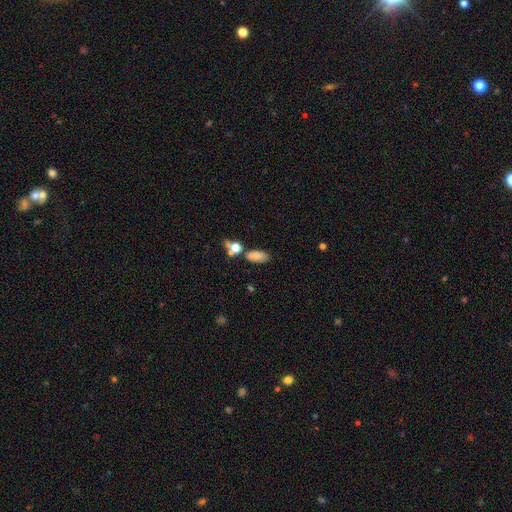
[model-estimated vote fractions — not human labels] A smooth galaxy with no disk features (79%) that is in between round and cigar-shaped (85%). Merging: none (65%).